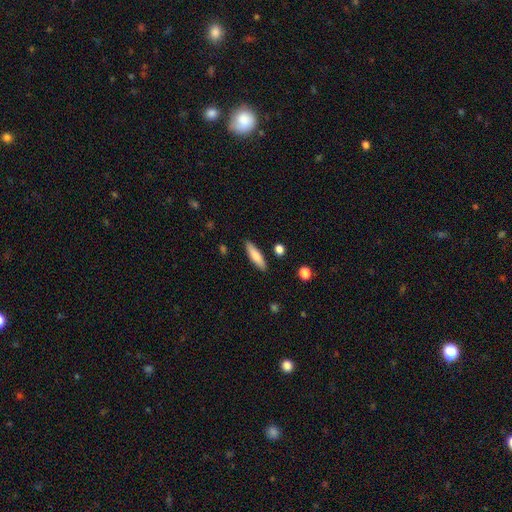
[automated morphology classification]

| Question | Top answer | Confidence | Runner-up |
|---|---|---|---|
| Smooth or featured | smooth | 78% | featured or disk (16%) |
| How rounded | cigar-shaped | 69% | in between (30%) |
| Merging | none | 87% | minor disturbance (9%) |